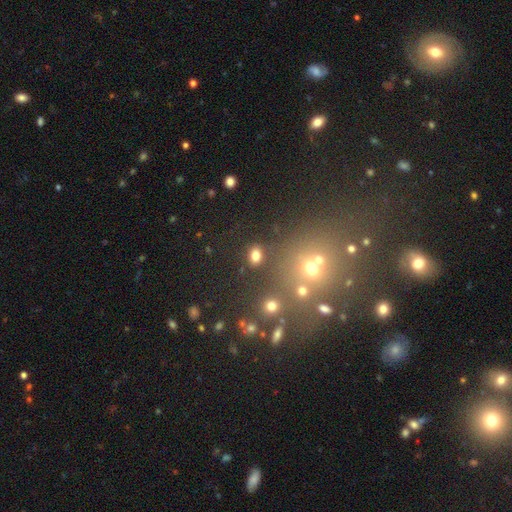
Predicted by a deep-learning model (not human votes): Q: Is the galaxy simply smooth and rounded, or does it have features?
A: smooth — 76%.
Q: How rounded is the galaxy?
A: in between — 64%.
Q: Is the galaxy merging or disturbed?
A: none — 81%.